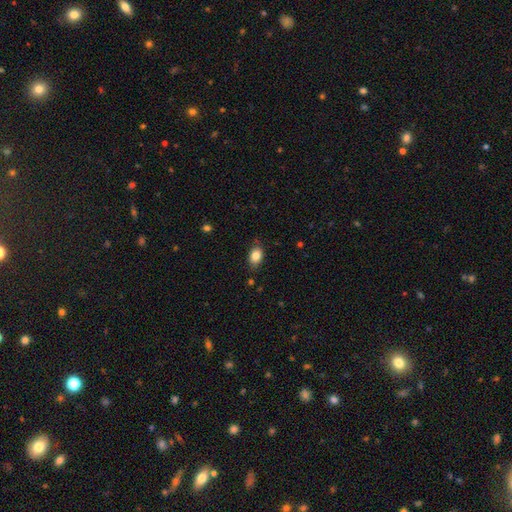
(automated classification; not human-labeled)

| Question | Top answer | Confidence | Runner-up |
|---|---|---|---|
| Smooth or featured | smooth | 84% | star or artifact (8%) |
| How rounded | in between | 82% | round (16%) |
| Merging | none | 77% | minor disturbance (18%) |